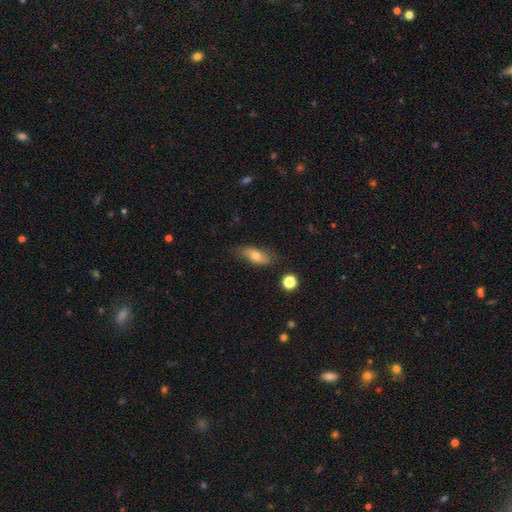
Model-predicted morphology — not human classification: Smooth or featured? smooth (69%)
How rounded? in between (75%)
Merging? none (74%)